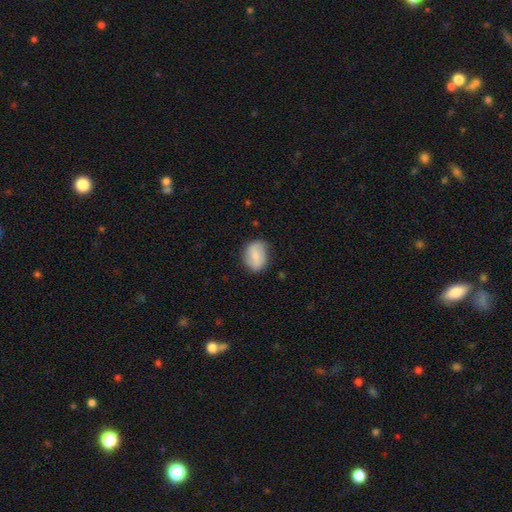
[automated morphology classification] Q: Smooth or featured?
A: smooth (77%); runner-up: featured or disk (16%)
Q: How rounded?
A: in between (68%); runner-up: round (31%)
Q: Merging?
A: none (77%); runner-up: minor disturbance (18%)